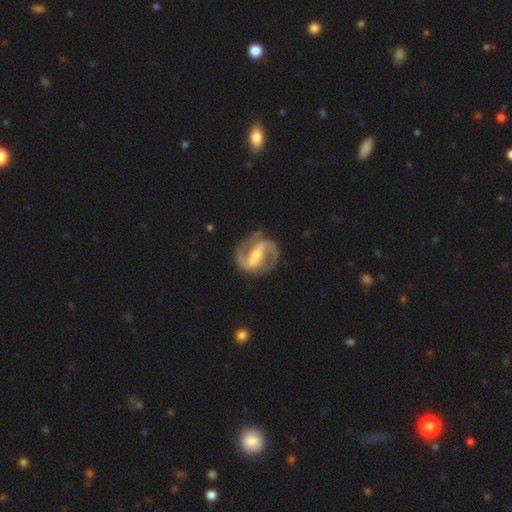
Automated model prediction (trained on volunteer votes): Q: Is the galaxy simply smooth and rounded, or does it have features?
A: featured or disk — 92%.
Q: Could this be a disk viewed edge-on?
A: no — 97%.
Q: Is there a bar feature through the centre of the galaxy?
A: strong — 70%.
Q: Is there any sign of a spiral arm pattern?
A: yes — 97%.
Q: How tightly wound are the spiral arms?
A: medium — 58%.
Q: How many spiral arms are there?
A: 2 — 94%.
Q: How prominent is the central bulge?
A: small — 52%.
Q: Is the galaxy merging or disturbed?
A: none — 84%.